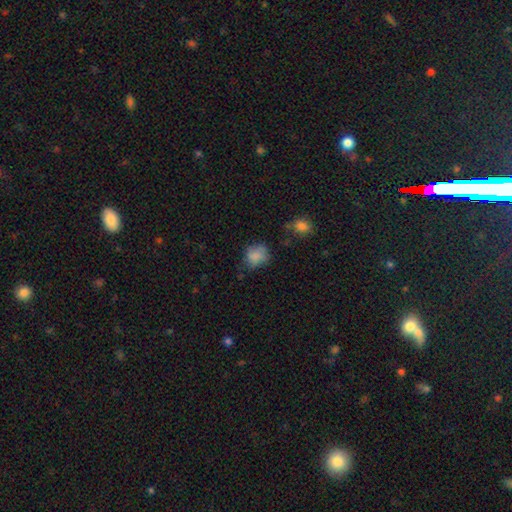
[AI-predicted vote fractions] Morphology: type=smooth (79%); roundness=round (61%); merging=none (56%).